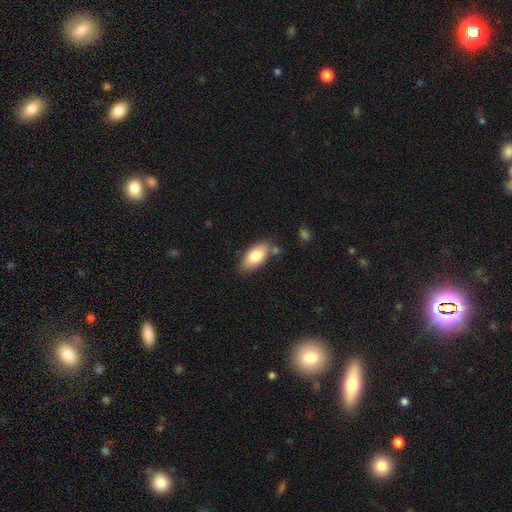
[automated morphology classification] Smooth or featured?
  - smooth: 80% *
  - featured or disk: 14%
  - star or artifact: 6%
How rounded?
  - in between: 90% *
  - cigar-shaped: 7%
  - round: 3%
Merging?
  - none: 74% *
  - minor disturbance: 16%
  - merger: 6%
  - major disturbance: 3%